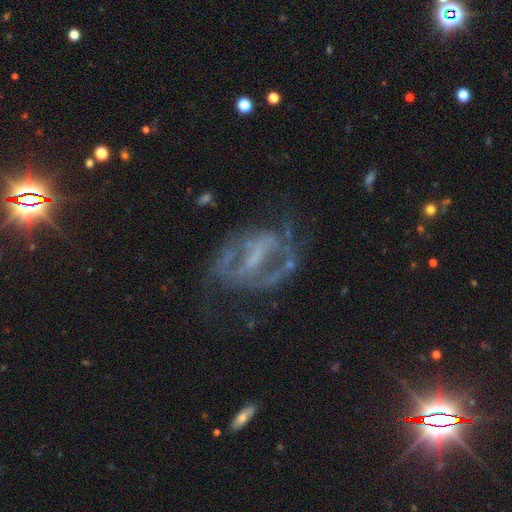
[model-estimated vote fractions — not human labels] featured or disk 76%, star or artifact 12%, smooth 11%. Down the decision tree: edge-on disk — no (95%); bar — strong (41%); spiral arms — yes (67%); bulge size — none (42%); merging — none (52%).